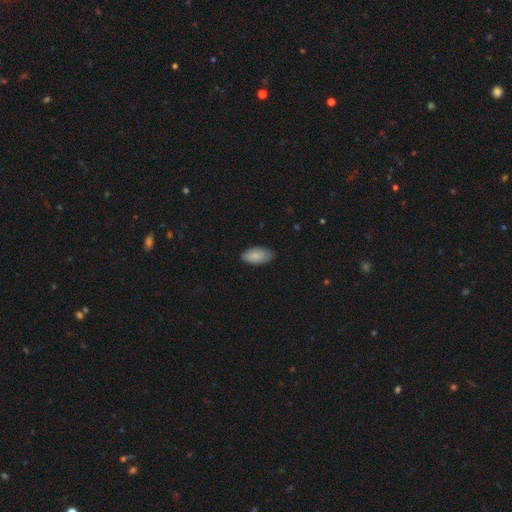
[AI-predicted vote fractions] The model was most divided on "merging": none: 79%, minor disturbance: 17%, major disturbance: 3%, merger: 1%. More confident: how rounded — in between (94%); smooth or featured — smooth (83%).